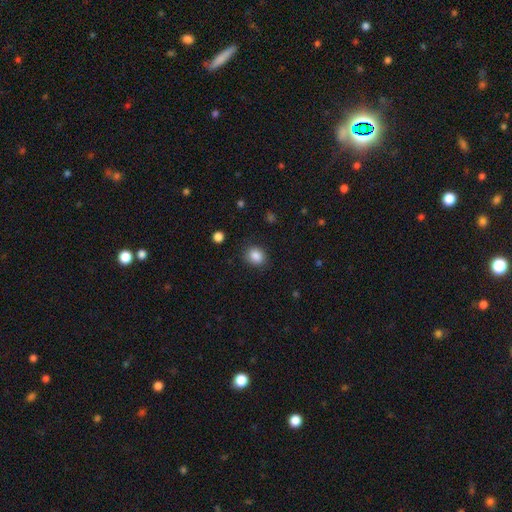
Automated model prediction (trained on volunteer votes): Smooth or featured?
  - smooth: 87% *
  - star or artifact: 10%
  - featured or disk: 4%
How rounded?
  - round: 67% *
  - in between: 32%
  - cigar-shaped: 1%
Merging?
  - none: 86% *
  - minor disturbance: 10%
  - major disturbance: 3%
  - merger: 1%